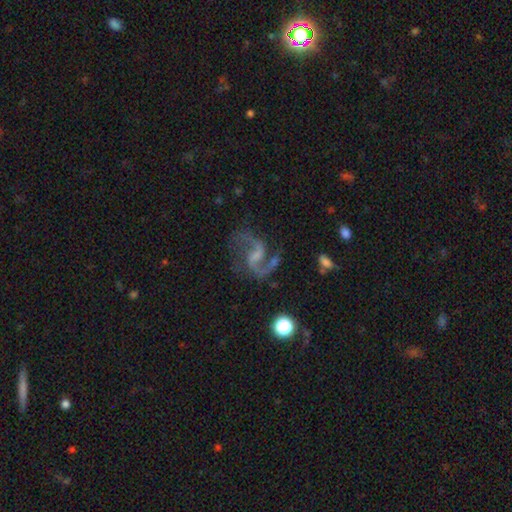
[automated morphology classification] A featured or disk galaxy (88%) with a weak bar (52%), 2 (93%) loose (49%) spiral arms (97%) and a small central bulge (41%). Merging: none (72%).